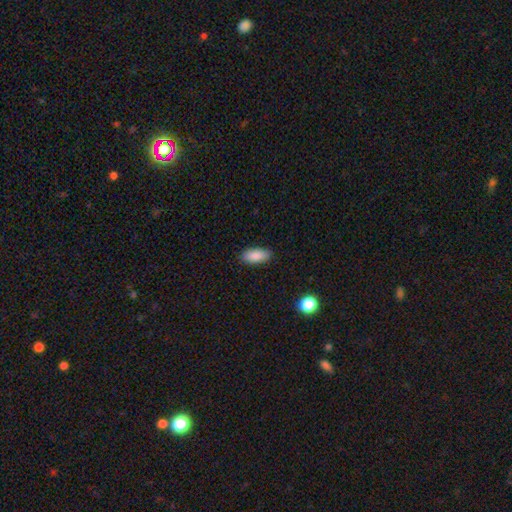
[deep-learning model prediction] The model was most divided on "how rounded": in between: 88%, cigar-shaped: 10%, round: 2%. More confident: merging — none (89%); smooth or featured — smooth (88%).